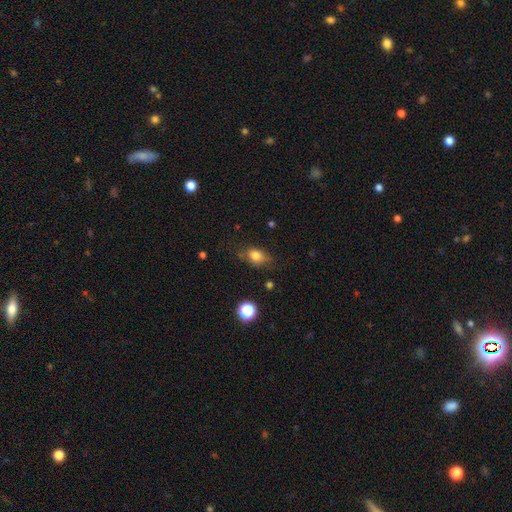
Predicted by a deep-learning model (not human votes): Morphology: type=smooth (79%); roundness=in between (69%); merging=none (68%).